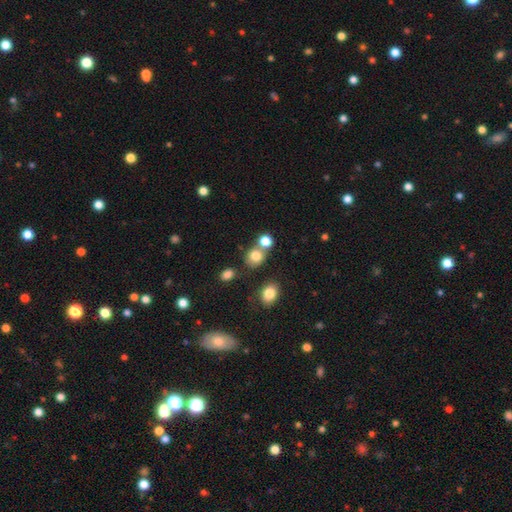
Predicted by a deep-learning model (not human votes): A smooth galaxy with no disk features (79%) that is round (70%).

Vote fractions:
- Smooth or featured? smooth: 79% / star or artifact: 13% / featured or disk: 8%
- How rounded? round: 70% / in between: 29% / cigar-shaped: 1%
- Merging? none: 58% / merger: 28% / minor disturbance: 10% / major disturbance: 4%